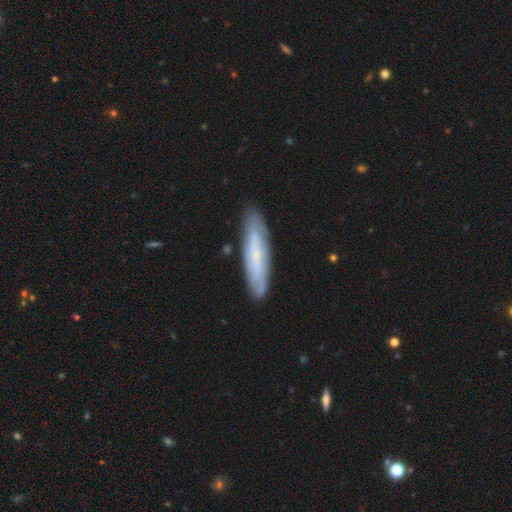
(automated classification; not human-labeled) A featured or disk galaxy (48%). Merging: none (86%).